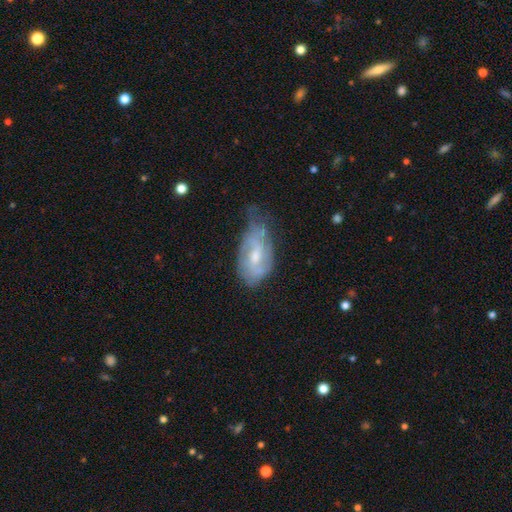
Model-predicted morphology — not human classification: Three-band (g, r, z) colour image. It shows a featured or disk galaxy (63%) with a weak bar (50%), spiral arms (75%) and a moderate central bulge (53%). Merging: none (40%).